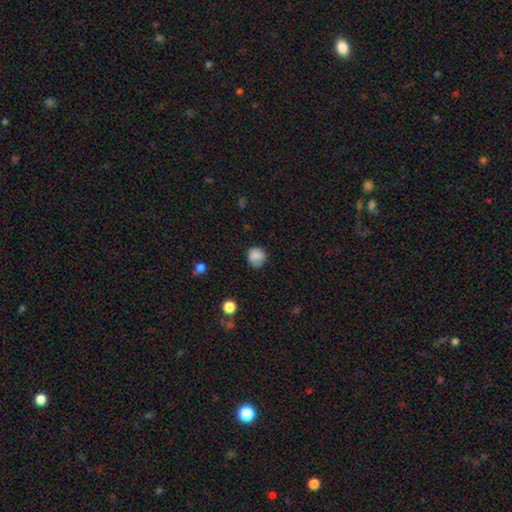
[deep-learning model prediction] A smooth galaxy with no disk features (83%) that is round (83%).

Vote fractions:
- Smooth or featured? smooth: 83% / star or artifact: 9% / featured or disk: 8%
- How rounded? round: 83% / in between: 16% / cigar-shaped: 1%
- Merging? none: 72% / minor disturbance: 20% / major disturbance: 6% / merger: 2%